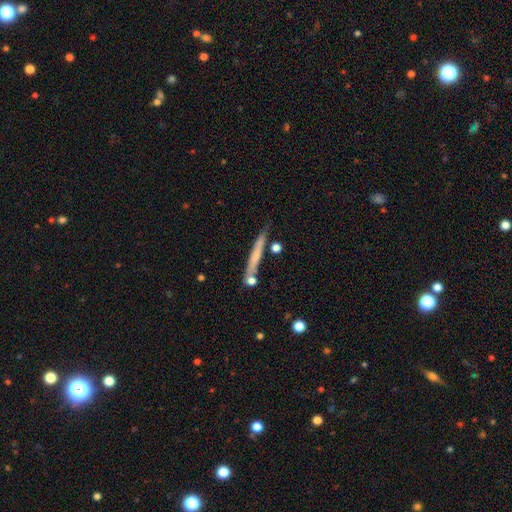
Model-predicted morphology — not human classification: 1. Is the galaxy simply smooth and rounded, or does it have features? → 50% smooth, 43% featured or disk, 7% star or artifact.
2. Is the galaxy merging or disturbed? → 76% none, 14% minor disturbance, 7% merger, 3% major disturbance.